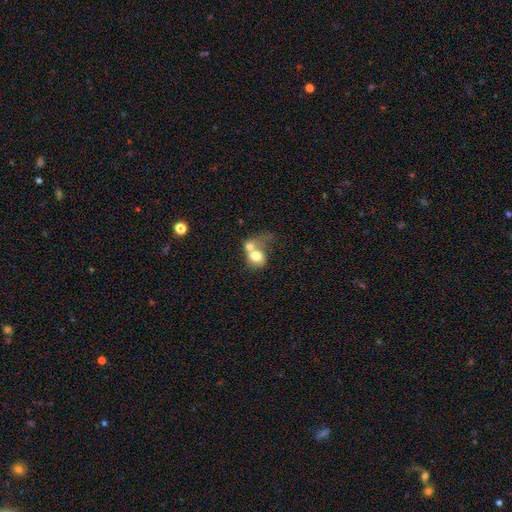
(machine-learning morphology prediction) type=smooth (69%); roundness=round (63%); merging=merger (67%).